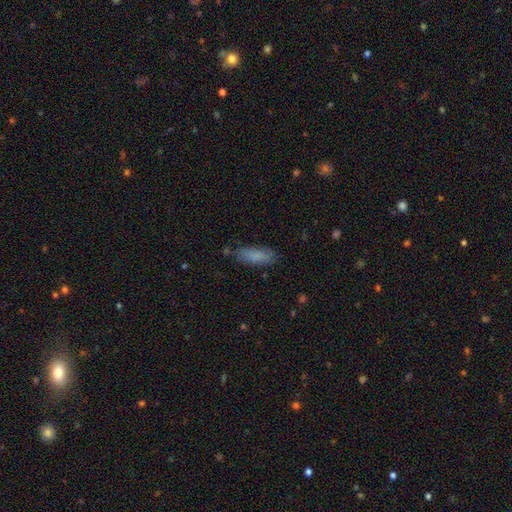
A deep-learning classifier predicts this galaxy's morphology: smooth-or-featured: smooth: 82% | featured or disk: 10% | star or artifact: 7%
  how-rounded: in between: 57% | cigar-shaped: 42% | round: 2%
  merging: none: 79% | minor disturbance: 15% | major disturbance: 3% | merger: 2%